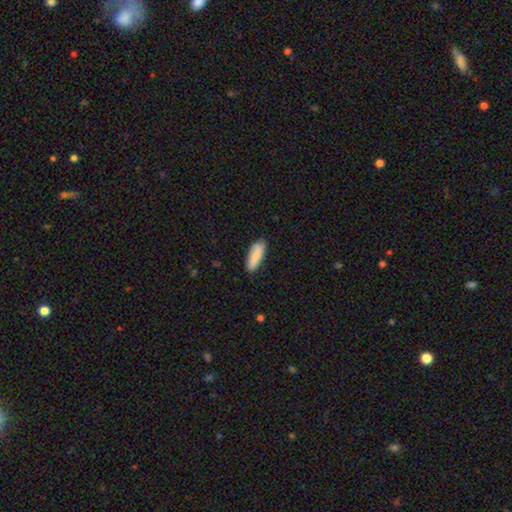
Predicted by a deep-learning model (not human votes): The model was most divided on "how rounded": in between: 62%, cigar-shaped: 37%, round: 2%. More confident: merging — none (80%); smooth or featured — smooth (77%).